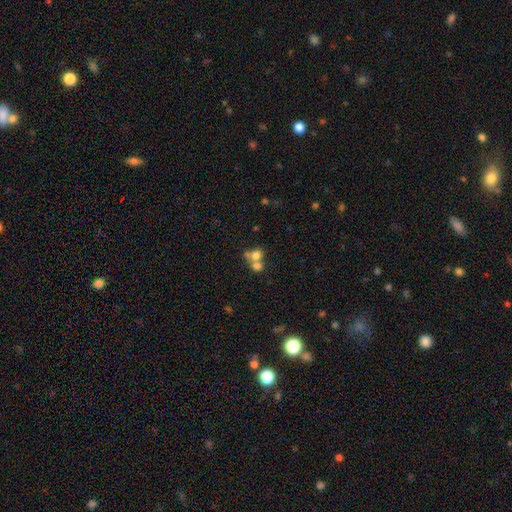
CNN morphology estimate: type=smooth (70%); roundness=round (74%); merging=merger (61%).